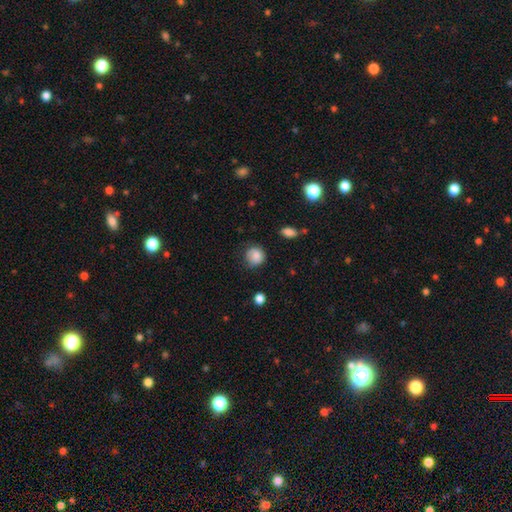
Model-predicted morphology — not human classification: type=smooth (83%); roundness=round (85%); merging=none (68%).